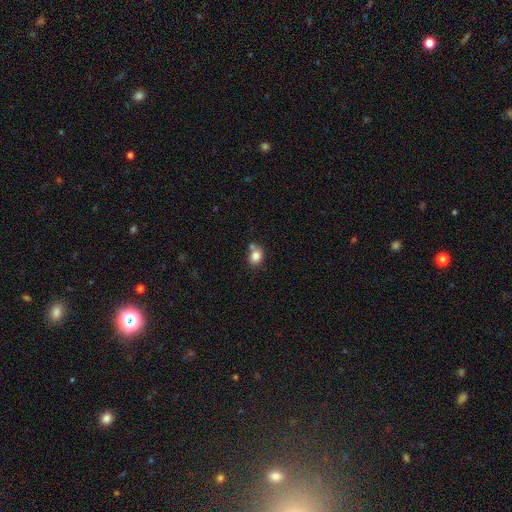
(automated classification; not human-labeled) A smooth galaxy with no disk features (82%) that is in between round and cigar-shaped (50%). Merging: none (57%).